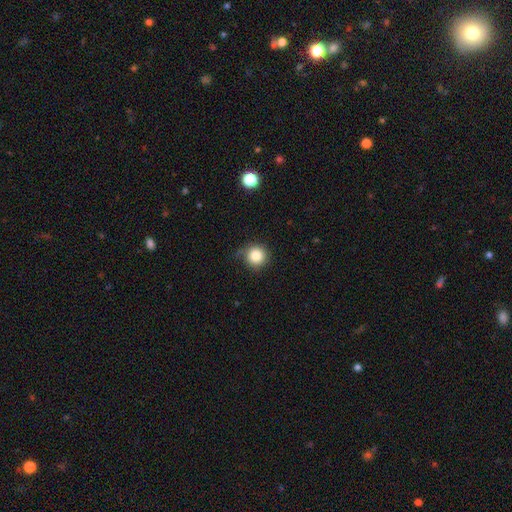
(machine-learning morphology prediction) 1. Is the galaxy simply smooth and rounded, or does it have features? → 83% smooth, 10% star or artifact, 7% featured or disk.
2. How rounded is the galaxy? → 93% round, 6% in between, 1% cigar-shaped.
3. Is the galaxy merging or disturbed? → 70% none, 22% minor disturbance, 6% major disturbance, 2% merger.